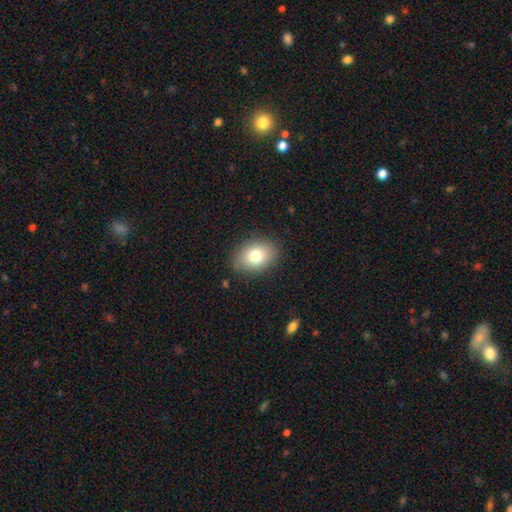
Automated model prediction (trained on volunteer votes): Smooth or featured?
  - smooth: 79% *
  - featured or disk: 12%
  - star or artifact: 9%
How rounded?
  - in between: 71% *
  - round: 28%
  - cigar-shaped: 1%
Merging?
  - none: 85% *
  - minor disturbance: 11%
  - major disturbance: 3%
  - merger: 1%